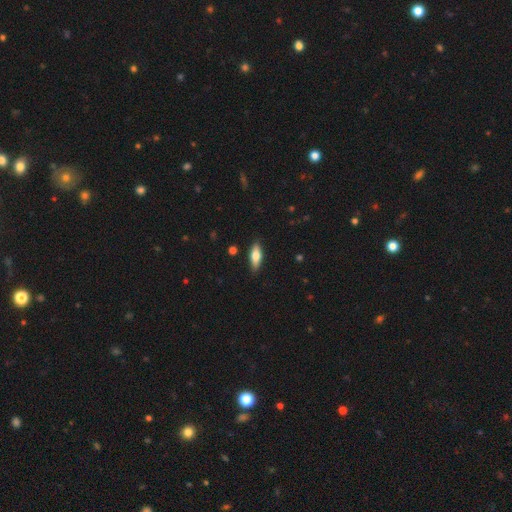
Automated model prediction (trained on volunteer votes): smooth 70%, featured or disk 23%, star or artifact 6%. Down the decision tree: how rounded — in between (62%); merging — none (86%).